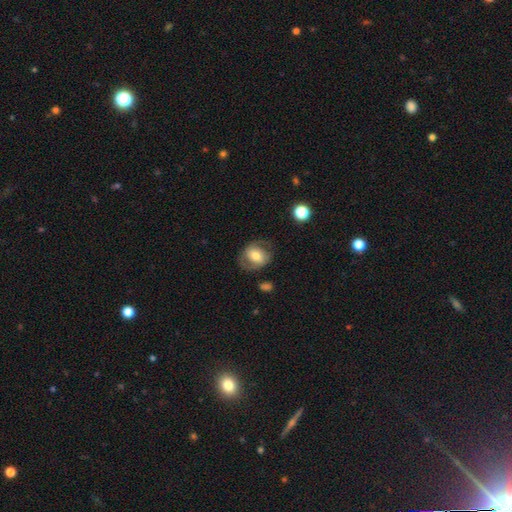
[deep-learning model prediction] This is possibly a smooth galaxy (47%). Merging: likely none (66%).